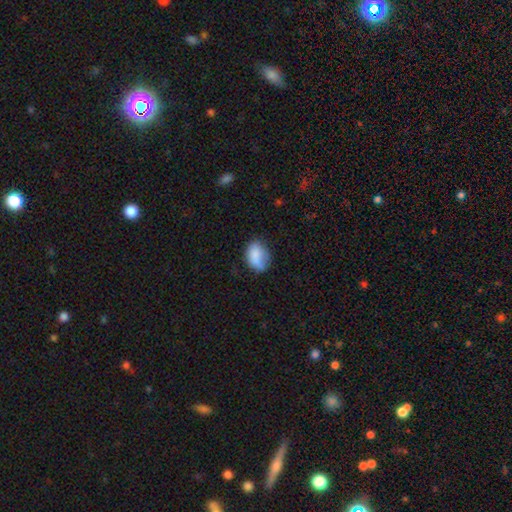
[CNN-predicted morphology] Smooth or featured? smooth (83%)
How rounded? in between (82%)
Merging? none (58%)